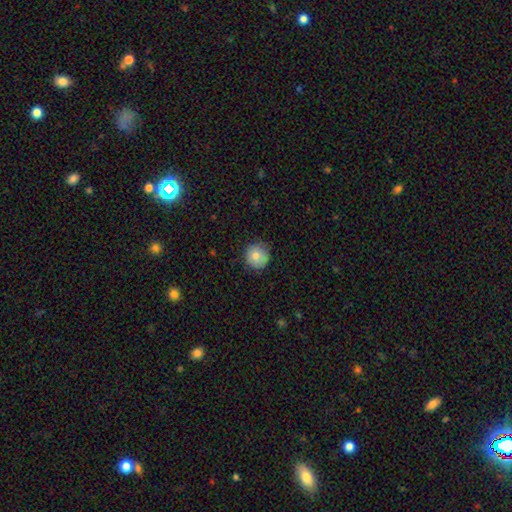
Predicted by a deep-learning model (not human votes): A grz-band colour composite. It shows a smooth galaxy with no disk features (79%) that is round (94%). Merging: none (82%).